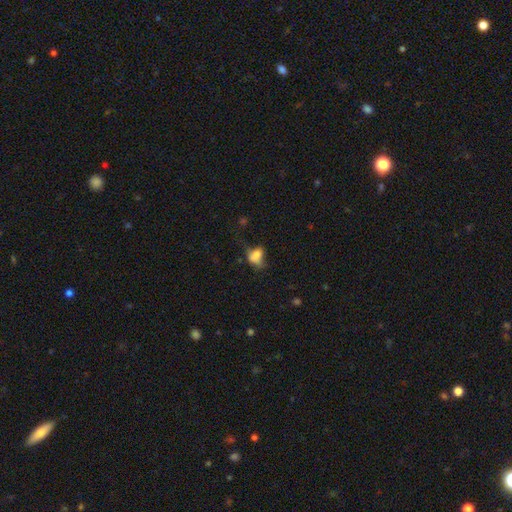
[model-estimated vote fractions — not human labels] smooth-or-featured: smooth: 71% | featured or disk: 17% | star or artifact: 12%
  how-rounded: in between: 75% | round: 23% | cigar-shaped: 3%
  merging: none: 31% (tied) | minor disturbance: 31% (tied) | major disturbance: 30% | merger: 8%